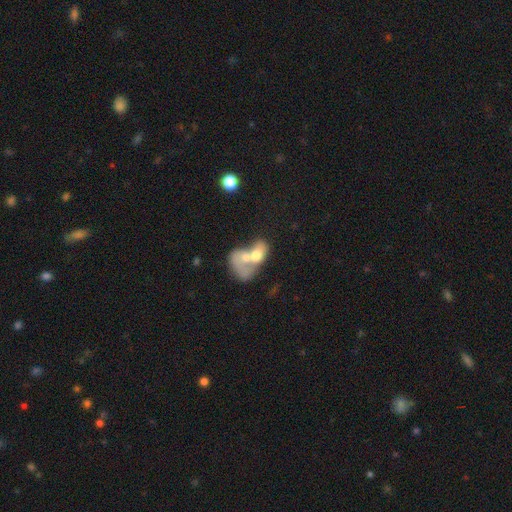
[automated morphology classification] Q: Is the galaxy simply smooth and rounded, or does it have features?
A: smooth — 50%.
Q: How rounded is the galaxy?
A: in between — 72%.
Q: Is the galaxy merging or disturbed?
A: merger — 80%.